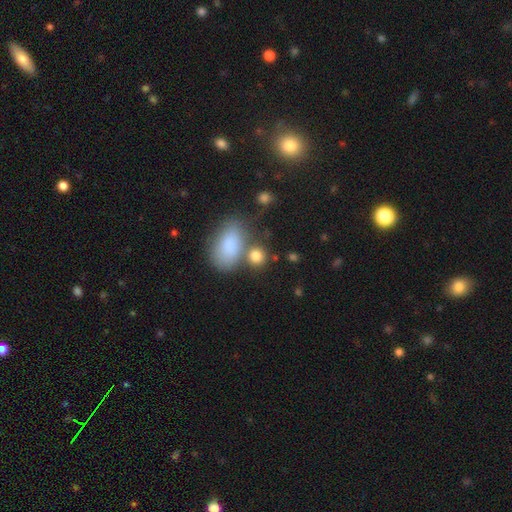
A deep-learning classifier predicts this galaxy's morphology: type=smooth (83%); roundness=round (64%); merging=none (59%).